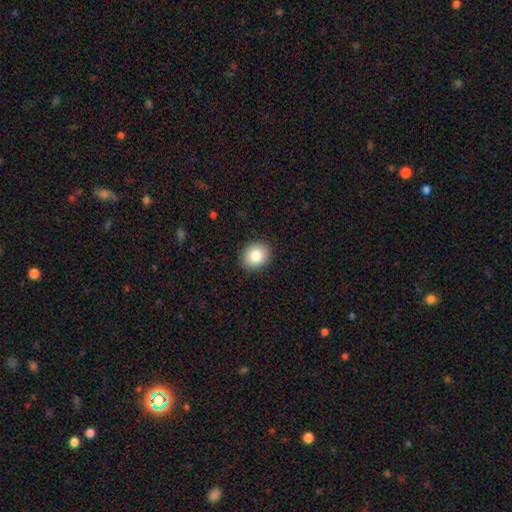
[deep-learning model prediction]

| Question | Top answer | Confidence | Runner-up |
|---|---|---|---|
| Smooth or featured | smooth | 85% | star or artifact (8%) |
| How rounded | round | 58% | in between (41%) |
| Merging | none | 90% | minor disturbance (7%) |